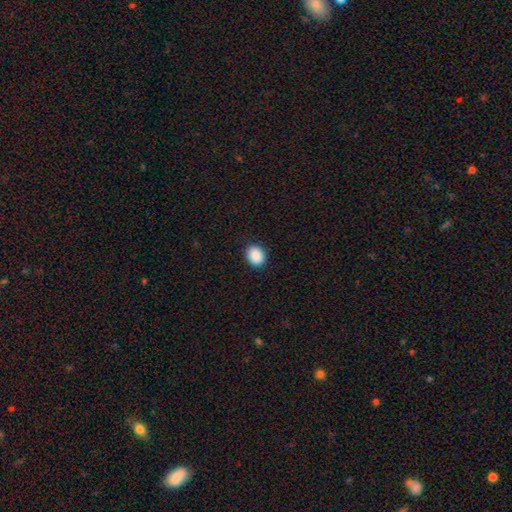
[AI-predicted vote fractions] smooth-or-featured: smooth: 90% | star or artifact: 8% | featured or disk: 2%
  how-rounded: round: 58% | in between: 41% | cigar-shaped: 1%
  merging: none: 90% | minor disturbance: 7% | major disturbance: 2% | merger: 1%